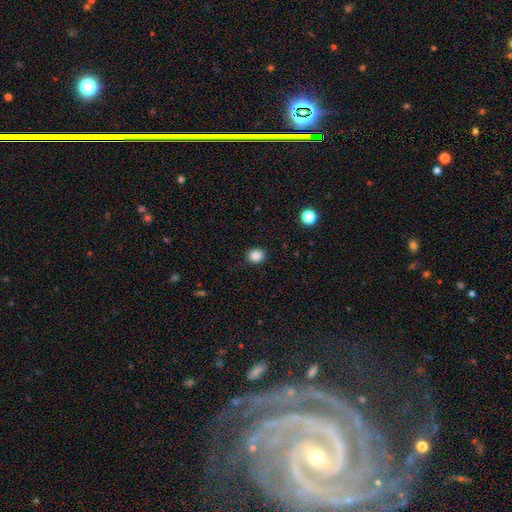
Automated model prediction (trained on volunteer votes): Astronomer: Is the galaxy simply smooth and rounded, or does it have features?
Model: smooth — 86%.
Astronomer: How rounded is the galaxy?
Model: round — 77%.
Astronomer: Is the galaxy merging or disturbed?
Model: none — 91%.